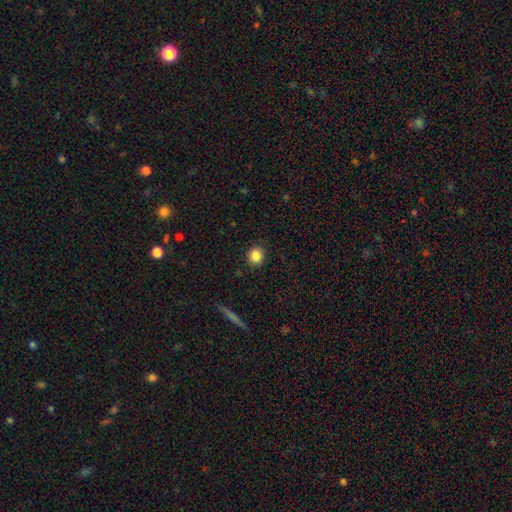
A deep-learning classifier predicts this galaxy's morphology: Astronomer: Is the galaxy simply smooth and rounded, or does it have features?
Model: smooth — 85%.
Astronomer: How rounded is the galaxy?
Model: round — 86%.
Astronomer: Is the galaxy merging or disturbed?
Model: none — 90%.